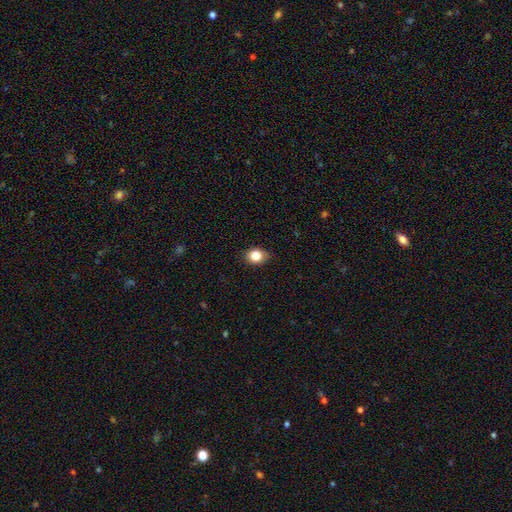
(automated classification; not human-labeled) A smooth galaxy with no disk features (83%) that is in between round and cigar-shaped (50%). Merging: none (83%).